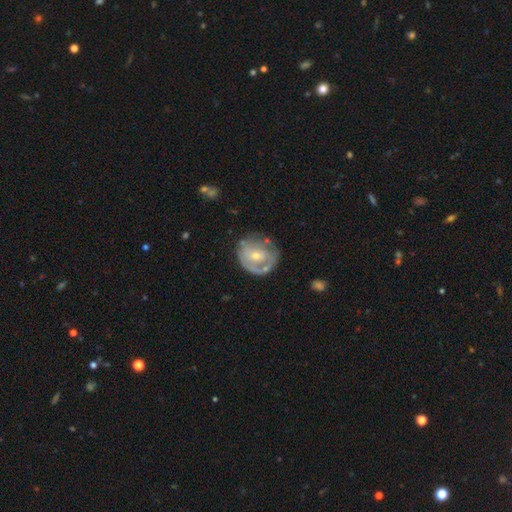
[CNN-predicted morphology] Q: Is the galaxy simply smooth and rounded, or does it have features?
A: featured or disk — 64%.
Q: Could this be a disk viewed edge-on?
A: no — 97%.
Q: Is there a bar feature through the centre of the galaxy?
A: no — 63%.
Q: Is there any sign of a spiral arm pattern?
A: yes — 57%.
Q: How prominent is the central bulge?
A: small — 57%.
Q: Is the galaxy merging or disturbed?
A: none — 58%.